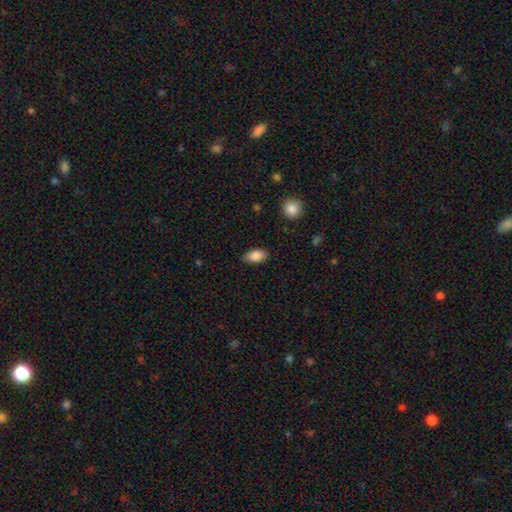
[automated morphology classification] This appears to be a smooth galaxy with no disk features (87%) that is in between round and cigar-shaped (91%). Merging: none (82%).